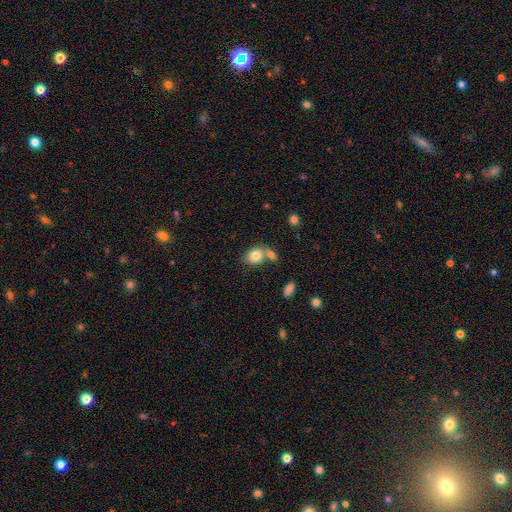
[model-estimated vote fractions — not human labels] Smooth or featured?
  - smooth: 81% *
  - featured or disk: 11%
  - star or artifact: 9%
How rounded?
  - in between: 61% *
  - round: 38%
  - cigar-shaped: 1%
Merging?
  - none: 46% *
  - merger: 38%
  - minor disturbance: 12%
  - major disturbance: 4%